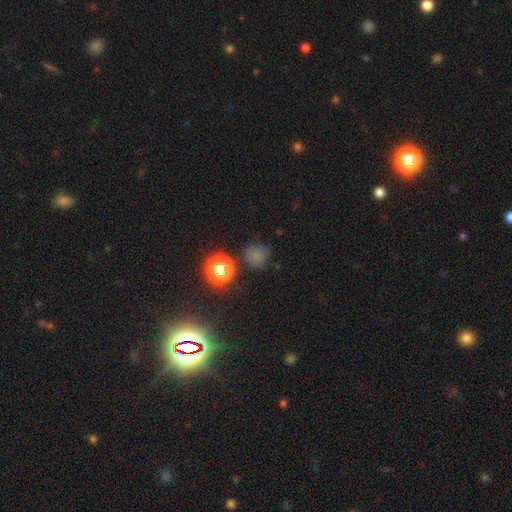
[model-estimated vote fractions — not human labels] Morphology: type=smooth (64%); roundness=round (86%); merging=none (71%).